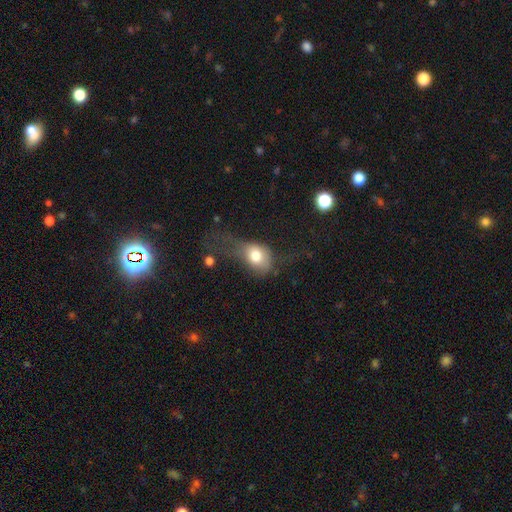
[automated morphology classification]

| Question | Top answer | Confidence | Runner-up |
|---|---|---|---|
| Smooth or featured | smooth | 73% | featured or disk (18%) |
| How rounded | in between | 63% | round (35%) |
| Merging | major disturbance | 45% | minor disturbance (26%) |